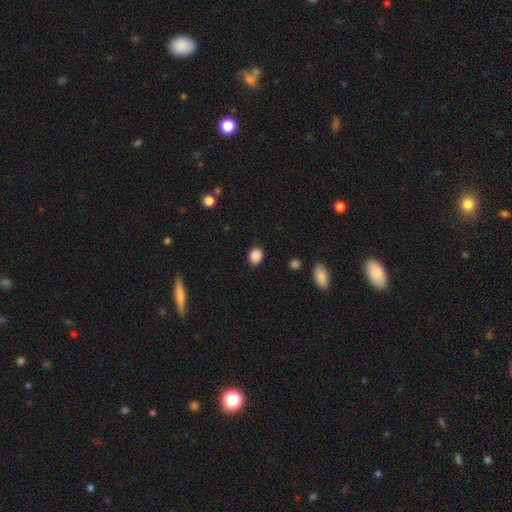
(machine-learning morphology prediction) smooth_or_featured: smooth (p=0.88) [alt: star or artifact p=0.09]
how_rounded: round (p=0.59) [alt: in between p=0.40]
merging: none (p=0.88) [alt: minor disturbance p=0.08]